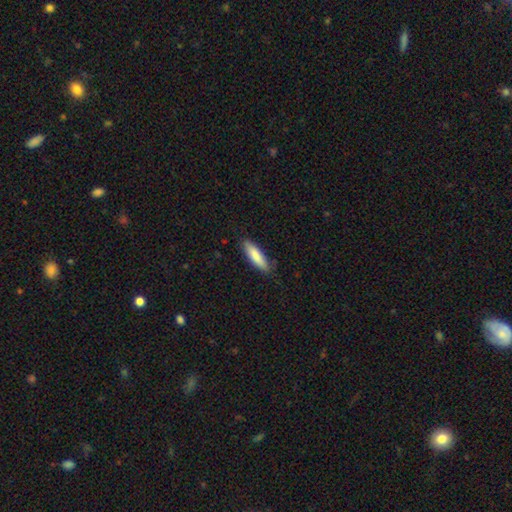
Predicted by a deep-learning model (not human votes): The model was most divided on "how rounded": cigar-shaped: 61%, in between: 38%, round: 1%. More confident: merging — none (83%); smooth or featured — smooth (83%).